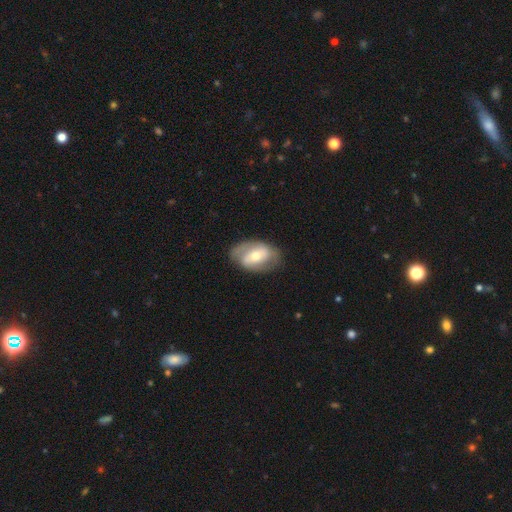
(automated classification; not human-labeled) Overall: featured or disk (62%; smooth 32%). Edge-on disk: no (94%). Bar: weak (39%; no 33%). Spiral arms: yes (73%). Bulge size: moderate (61%; small 32%). Merging: none (72%).